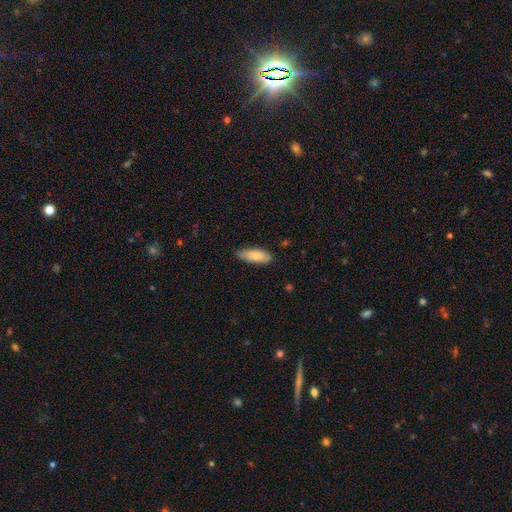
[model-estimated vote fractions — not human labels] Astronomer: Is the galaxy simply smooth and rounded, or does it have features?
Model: smooth — 83%.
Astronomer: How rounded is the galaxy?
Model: in between — 74%.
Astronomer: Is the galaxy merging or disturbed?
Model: none — 81%.